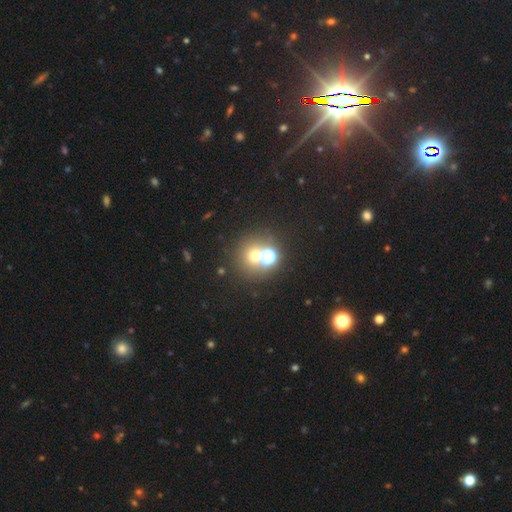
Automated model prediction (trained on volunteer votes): smooth_or_featured: smooth (p=0.58) [alt: star or artifact p=0.31]
how_rounded: round (p=0.89) [alt: in between p=0.10]
merging: none (p=0.62) [alt: merger p=0.26]